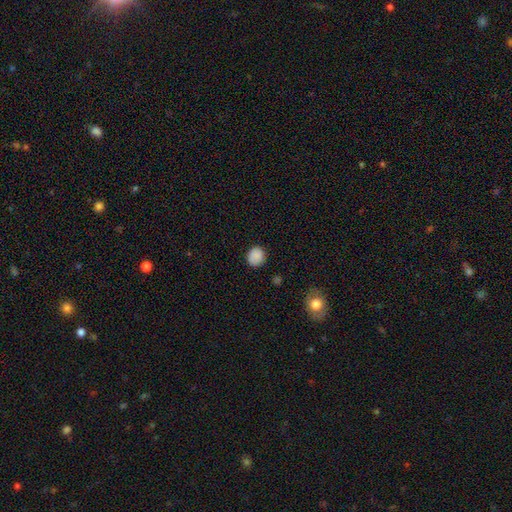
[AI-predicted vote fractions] smooth-or-featured: smooth: 87% | star or artifact: 10% | featured or disk: 4%
  how-rounded: round: 86% | in between: 13% | cigar-shaped: 1%
  merging: none: 85% | minor disturbance: 11% | major disturbance: 3% | merger: 1%